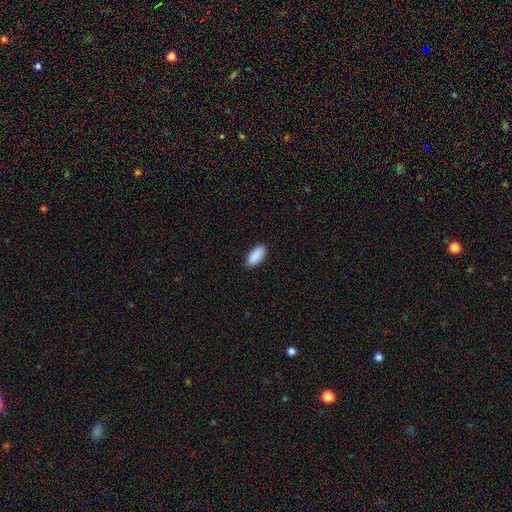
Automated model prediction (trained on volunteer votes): A smooth galaxy with no disk features (91%) that is in between round and cigar-shaped (91%). Merging: none (89%).